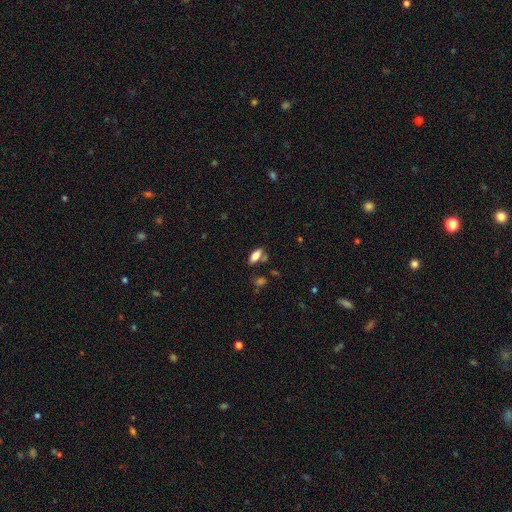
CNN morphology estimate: smooth-or-featured: smooth: 80% | featured or disk: 11% | star or artifact: 8%
  how-rounded: in between: 86% | cigar-shaped: 12% | round: 3%
  merging: none: 70% | minor disturbance: 15% | merger: 11% | major disturbance: 4%